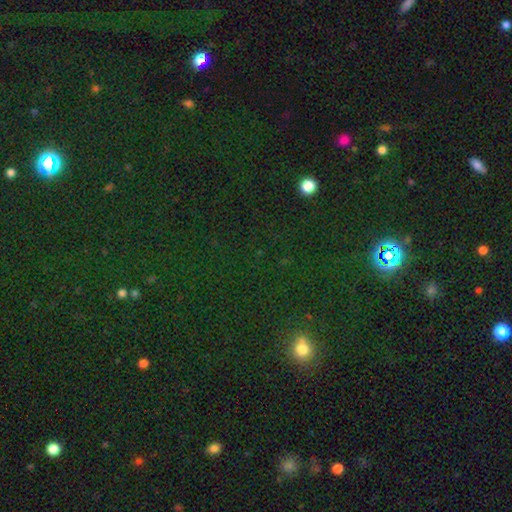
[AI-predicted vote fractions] Q: Smooth or featured?
A: star or artifact (65%); runner-up: smooth (28%)